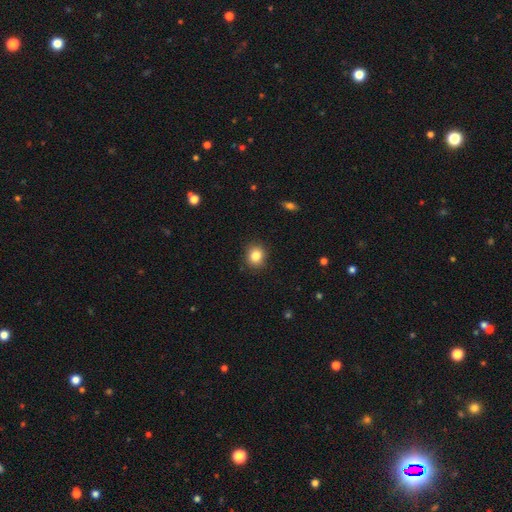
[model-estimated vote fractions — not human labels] The model was most divided on "how rounded": round: 80%, in between: 19%, cigar-shaped: 1%. More confident: merging — none (90%); smooth or featured — smooth (84%).